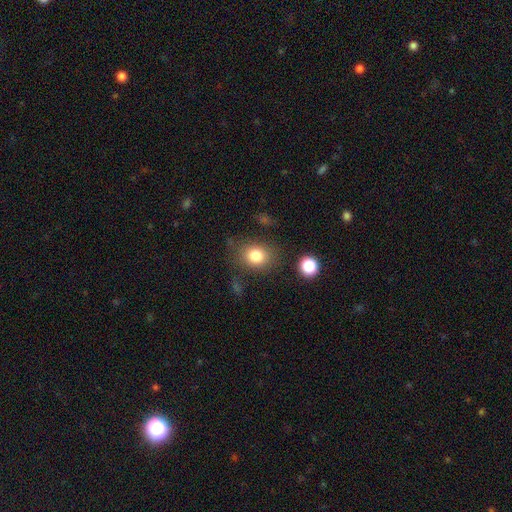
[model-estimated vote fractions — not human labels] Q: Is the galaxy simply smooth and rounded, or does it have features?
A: smooth — 81%.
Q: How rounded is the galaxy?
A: round — 60%.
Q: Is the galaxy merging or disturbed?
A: none — 76%.